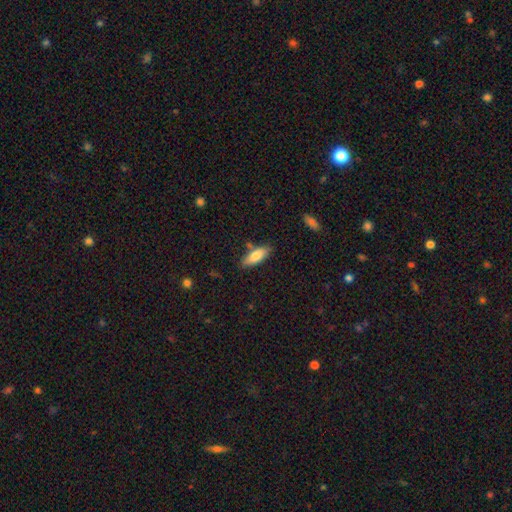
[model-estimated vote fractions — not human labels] Smooth or featured?
  - smooth: 78% *
  - featured or disk: 15%
  - star or artifact: 6%
How rounded?
  - in between: 63% *
  - cigar-shaped: 35%
  - round: 2%
Merging?
  - none: 78% *
  - minor disturbance: 14%
  - merger: 5%
  - major disturbance: 3%